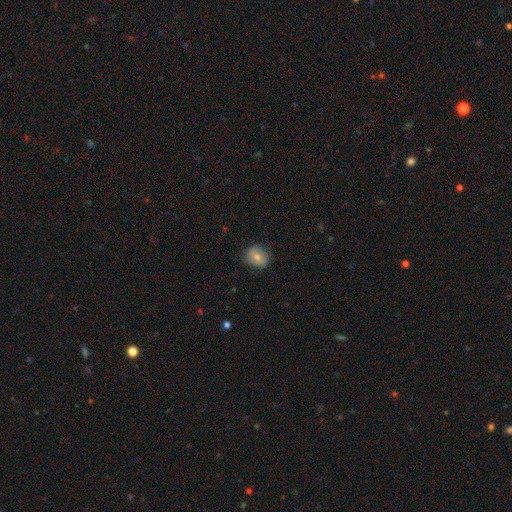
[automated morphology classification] type=smooth (65%); roundness=round (62%); merging=none (80%).